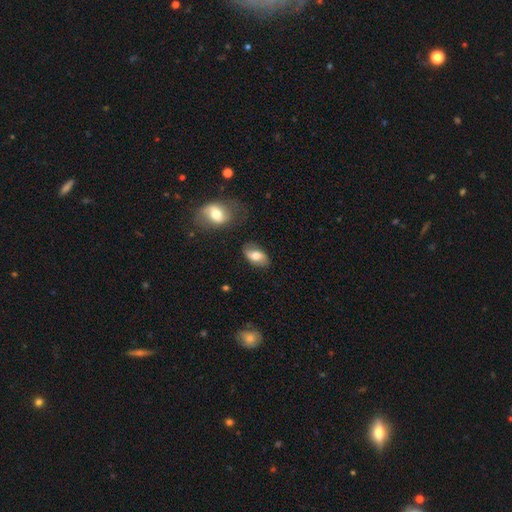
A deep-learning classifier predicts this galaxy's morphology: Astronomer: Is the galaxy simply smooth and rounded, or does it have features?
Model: smooth — 63%.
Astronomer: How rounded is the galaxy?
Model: in between — 91%.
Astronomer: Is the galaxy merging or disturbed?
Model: none — 75%.